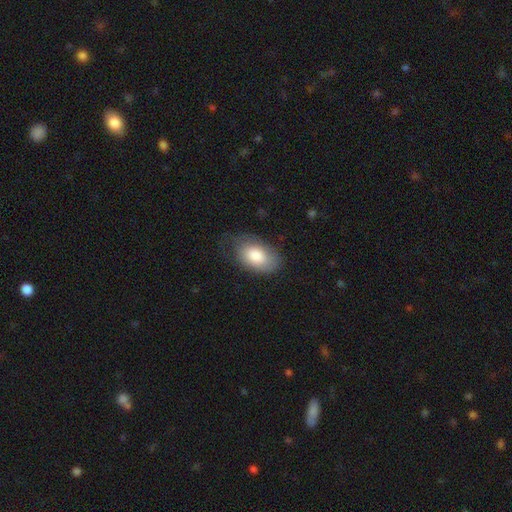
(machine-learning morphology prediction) Smooth or featured?
  - smooth: 80% *
  - featured or disk: 14%
  - star or artifact: 6%
How rounded?
  - in between: 91% *
  - round: 7%
  - cigar-shaped: 1%
Merging?
  - none: 57% *
  - minor disturbance: 28%
  - major disturbance: 14%
  - merger: 1%